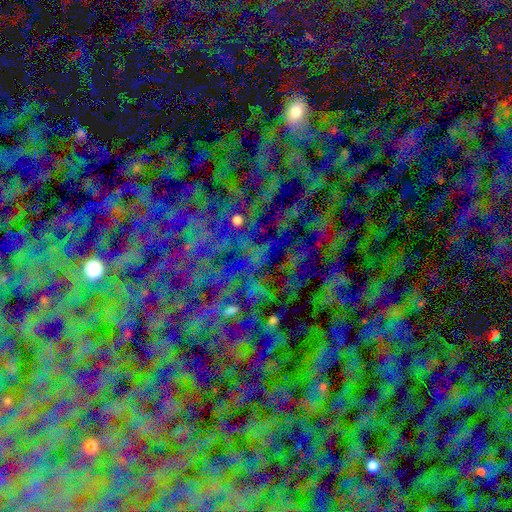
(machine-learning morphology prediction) Smooth or featured: star or artifact — 72% (smooth — 17%)